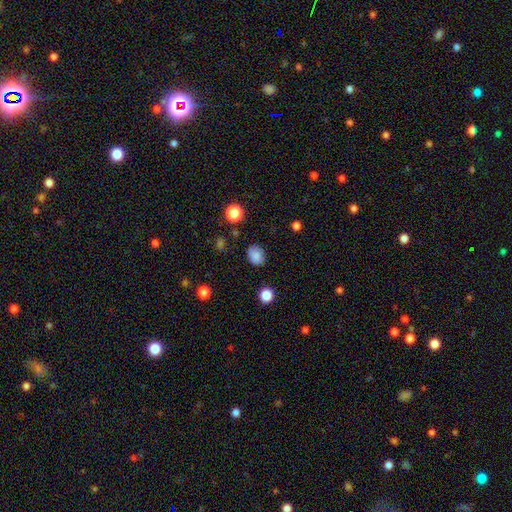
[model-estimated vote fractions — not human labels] The model was most divided on "how rounded": round: 53%, in between: 46%, cigar-shaped: 1%. More confident: smooth or featured — smooth (84%); merging — none (82%).